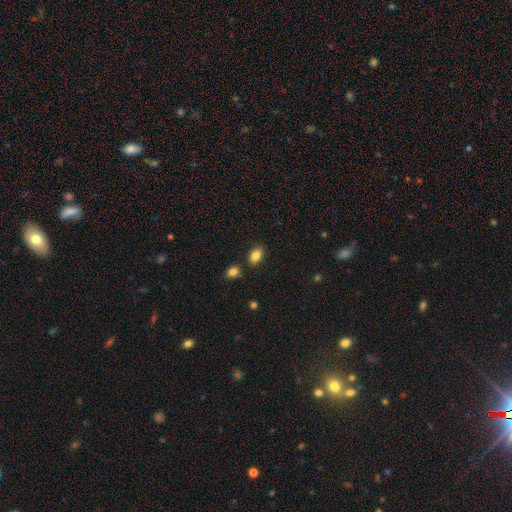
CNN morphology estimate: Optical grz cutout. It shows a smooth galaxy with no disk features (85%) that is in between round and cigar-shaped (81%). Merging: none (83%).